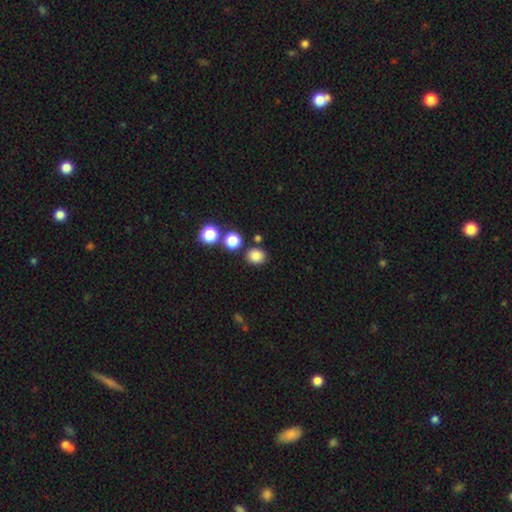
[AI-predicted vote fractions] Smooth or featured? smooth (83%)
How rounded? round (73%)
Merging? none (80%)